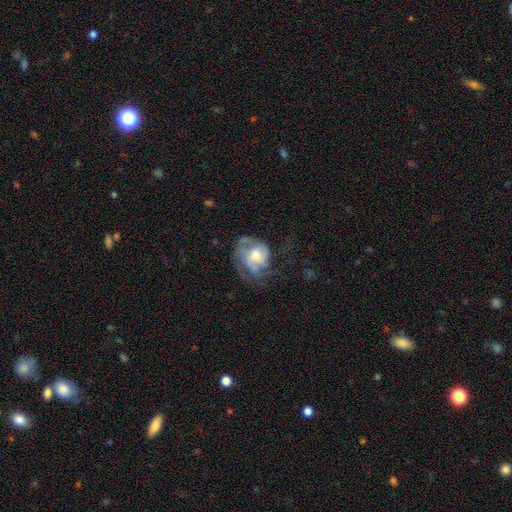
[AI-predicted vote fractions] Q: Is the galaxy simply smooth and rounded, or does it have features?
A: featured or disk — 65%.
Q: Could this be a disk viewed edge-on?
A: no — 97%.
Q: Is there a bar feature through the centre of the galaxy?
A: no — 73%.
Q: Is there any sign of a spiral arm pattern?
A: yes — 75%.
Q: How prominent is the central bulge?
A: moderate — 61%.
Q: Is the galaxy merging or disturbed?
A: none — 39%.